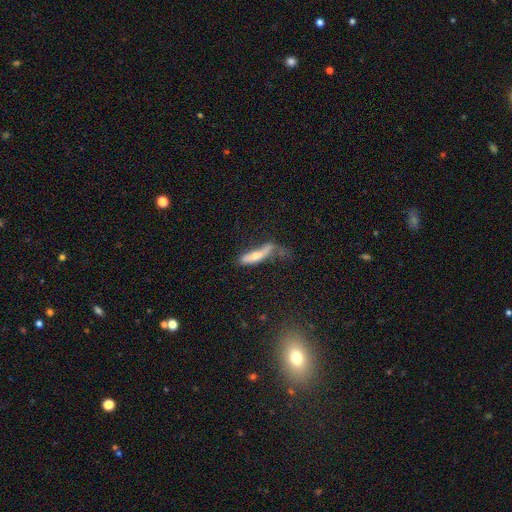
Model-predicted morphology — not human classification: This appears to be a smooth galaxy with no disk features (63%) that is cigar-shaped (73%). Merging: none (33%).